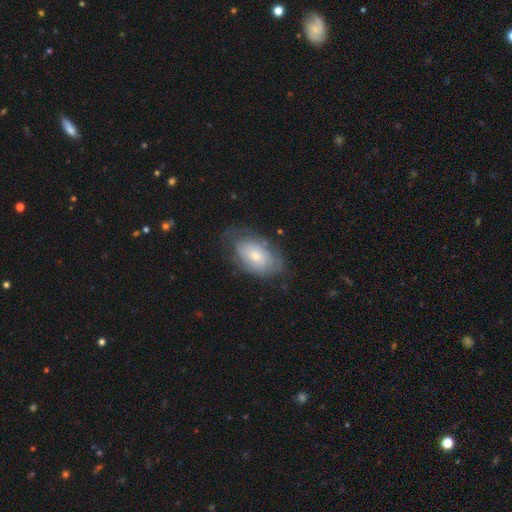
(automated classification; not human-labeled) Smooth or featured: smooth — 48% (featured or disk — 45%)
Merging: none — 61% (minor disturbance — 25%)